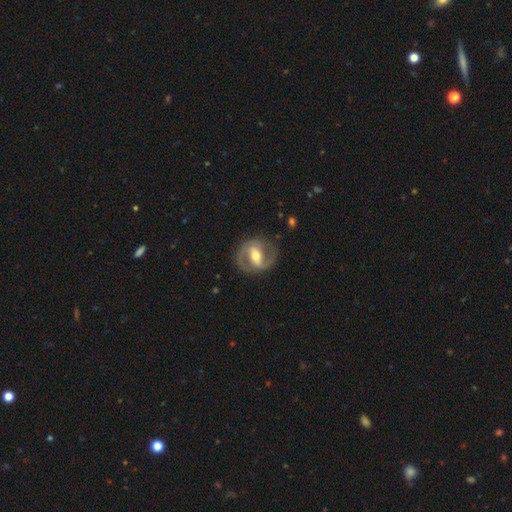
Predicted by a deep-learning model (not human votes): Overall: featured or disk (85%). Edge-on disk: no (97%). Bar: strong (45%; weak 38%). Spiral arms: yes (91%). Spiral arm count: 2 (90%). Spiral winding: medium (54%; tight 30%). Bulge size: moderate (70%). Merging: none (82%).